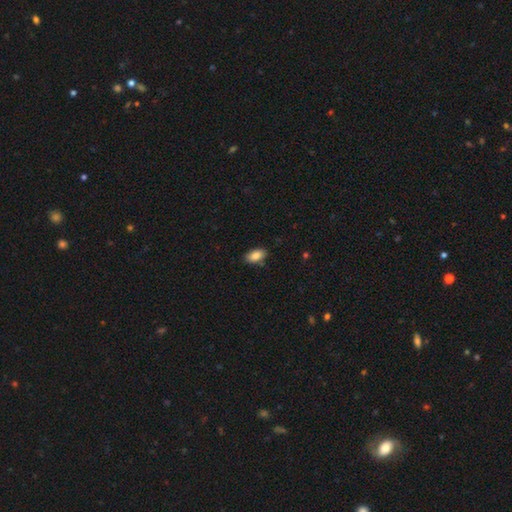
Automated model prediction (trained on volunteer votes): Q: Smooth or featured?
A: smooth (84%); runner-up: featured or disk (8%)
Q: How rounded?
A: in between (93%); runner-up: round (4%)
Q: Merging?
A: none (85%); runner-up: minor disturbance (11%)